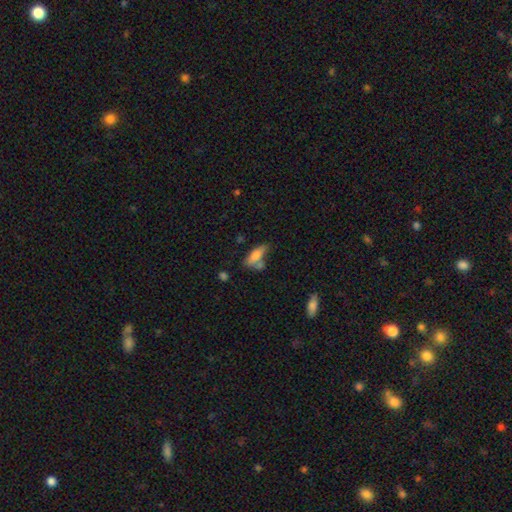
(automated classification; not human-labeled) Morphology: type=smooth (71%); roundness=in between (66%); merging=none (43%).